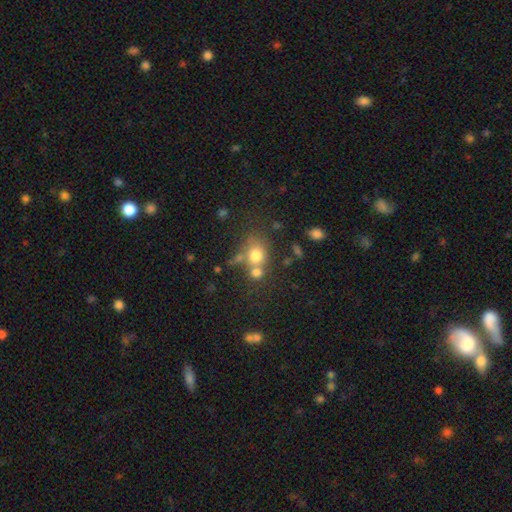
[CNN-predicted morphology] This appears to be a smooth galaxy with no disk features (72%) that is round (61%). Merging: merger (41%, tied with none).